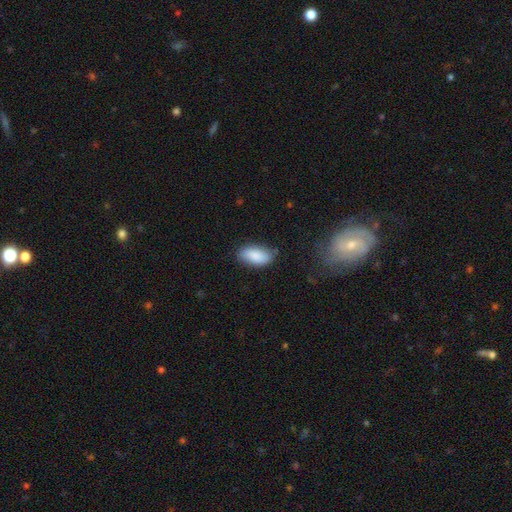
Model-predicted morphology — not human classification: This is clearly a smooth galaxy (87%). How rounded: clearly in between (92%). Merging: likely none (79%).